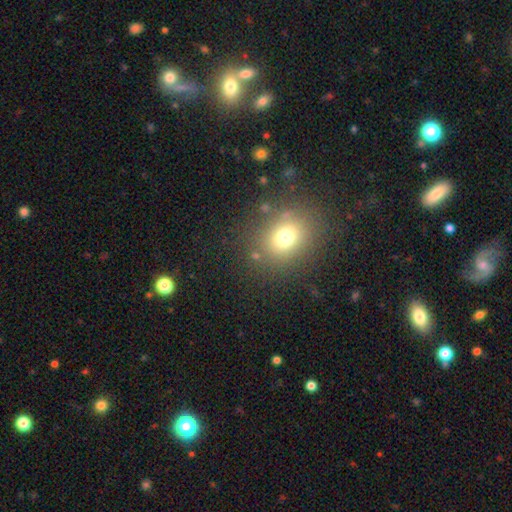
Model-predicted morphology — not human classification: smooth_or_featured: smooth (p=0.73) [alt: star or artifact p=0.17]
how_rounded: round (p=0.58) [alt: in between p=0.41]
merging: none (p=0.81) [alt: minor disturbance p=0.10]